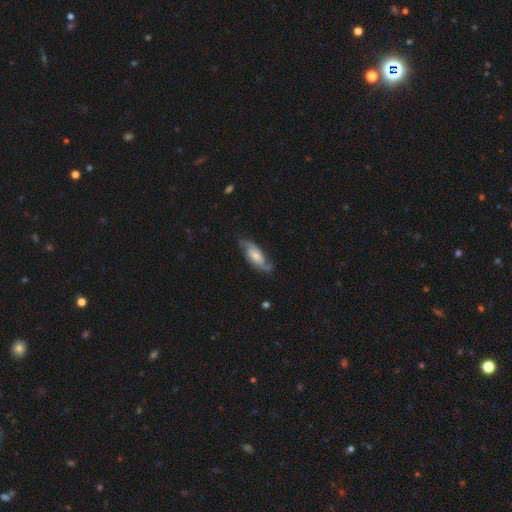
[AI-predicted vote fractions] smooth_or_featured: featured or disk (p=0.76) [alt: smooth p=0.19]
disk_edge_on: no (p=0.91) [alt: yes p=0.09]
bar: no (p=0.55) [alt: weak p=0.34]
has_spiral_arms: yes (p=0.95) [alt: no p=0.05]
spiral_winding: medium (p=0.46) [alt: loose p=0.27]
spiral_arm_count: 2 (p=0.88) [alt: can't tell p=0.06]
bulge_size: moderate (p=0.41) [alt: small p=0.32]
merging: none (p=0.77) [alt: minor disturbance p=0.16]